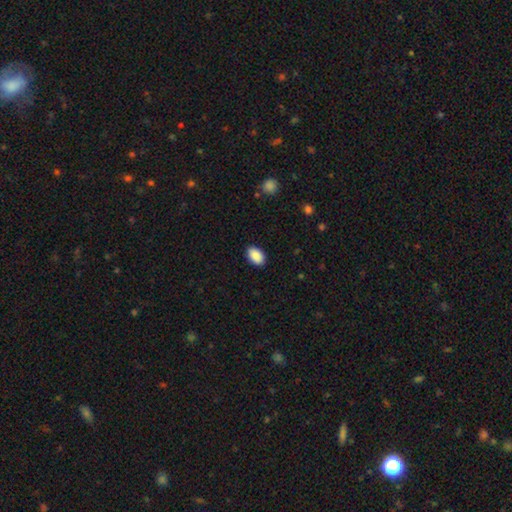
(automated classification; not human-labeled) Smooth or featured?
  - smooth: 90% *
  - star or artifact: 7%
  - featured or disk: 3%
How rounded?
  - in between: 91% *
  - round: 7%
  - cigar-shaped: 1%
Merging?
  - none: 89% *
  - minor disturbance: 8%
  - major disturbance: 2%
  - merger: 1%